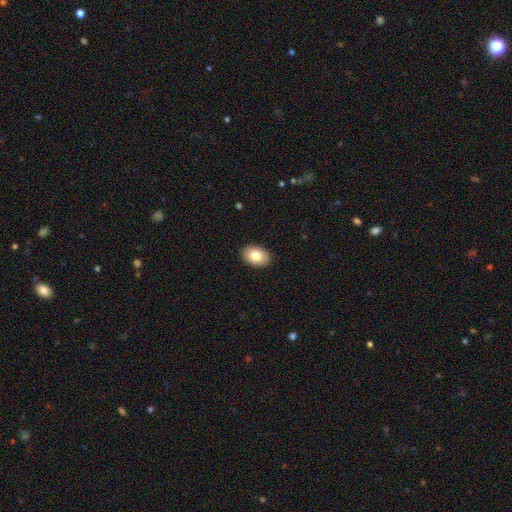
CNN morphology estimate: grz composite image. It shows a smooth galaxy with no disk features (81%) that is in between round and cigar-shaped (86%). Merging: none (90%).